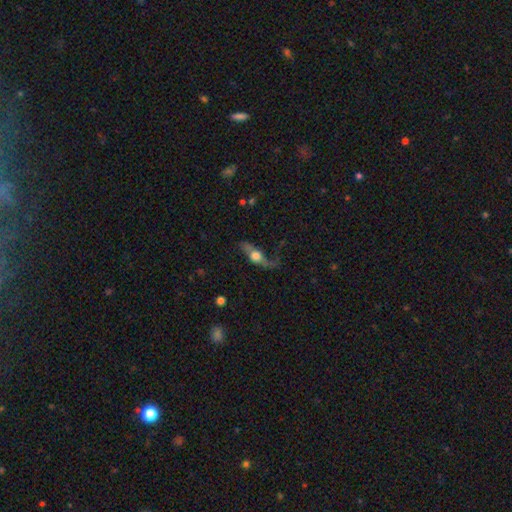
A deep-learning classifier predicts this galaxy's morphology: A featured or disk galaxy (54%) viewed edge-on (50%, tied with no).

Vote fractions:
- Smooth or featured? featured or disk: 54% / smooth: 37% / star or artifact: 8%
- Edge-on disk? yes: 50% (tied) / no: 50% (tied)
- Merging? none: 46% / major disturbance: 28% / minor disturbance: 23% / merger: 3%